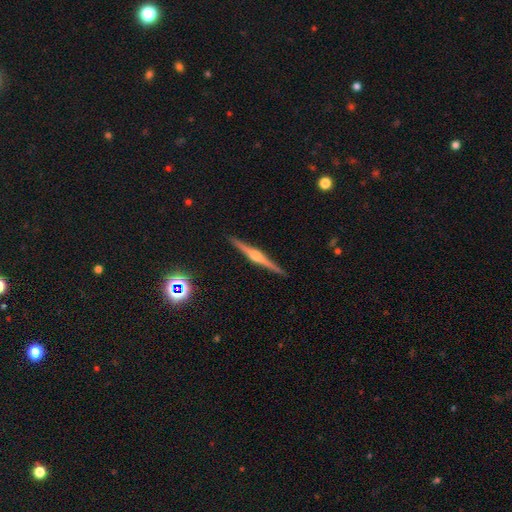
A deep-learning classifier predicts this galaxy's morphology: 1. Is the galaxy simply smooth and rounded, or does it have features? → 84% featured or disk, 10% smooth, 6% star or artifact.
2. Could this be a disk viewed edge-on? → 99% yes, 1% no.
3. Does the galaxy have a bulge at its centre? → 92% rounded, 5% boxy, 3% none.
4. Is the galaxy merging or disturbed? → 92% none, 5% minor disturbance, 1% major disturbance, 1% merger.